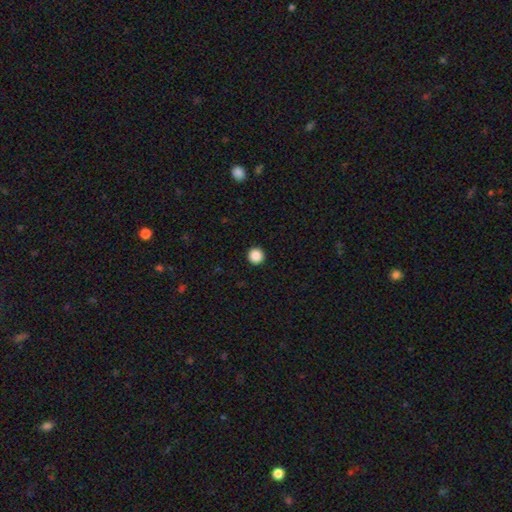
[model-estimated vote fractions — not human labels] This appears to be a smooth galaxy with no disk features (88%) that is round (96%). Merging: none (94%).